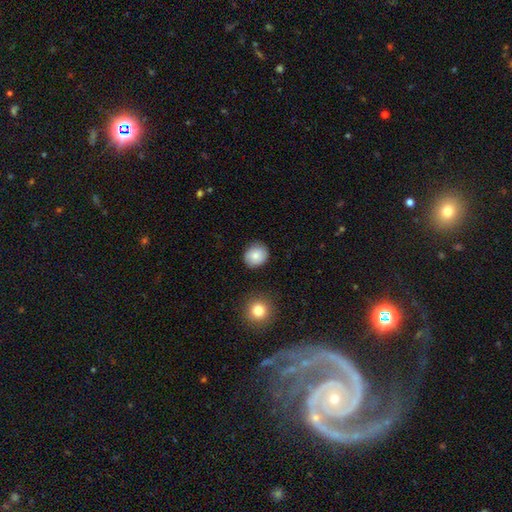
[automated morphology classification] Smooth or featured? smooth (81%)
How rounded? round (78%)
Merging? none (84%)